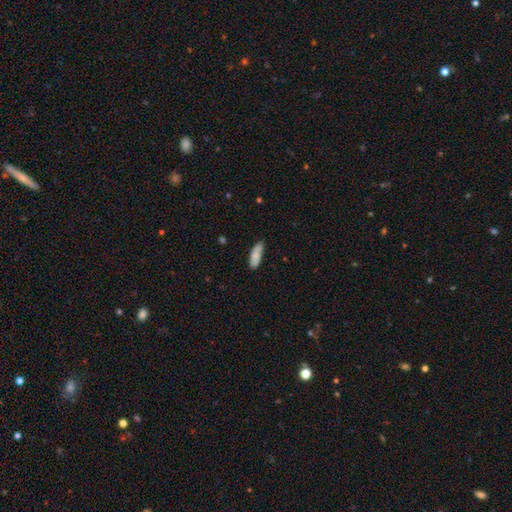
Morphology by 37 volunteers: smooth-or-featured: smooth: 84% | featured or disk: 11% | star or artifact: 5%
  how-rounded: in between: 48% (tied) | cigar-shaped: 48% (tied) | round: 3%
  merging: none: 63% | minor disturbance: 37% | major disturbance: 0% | merger: 0%